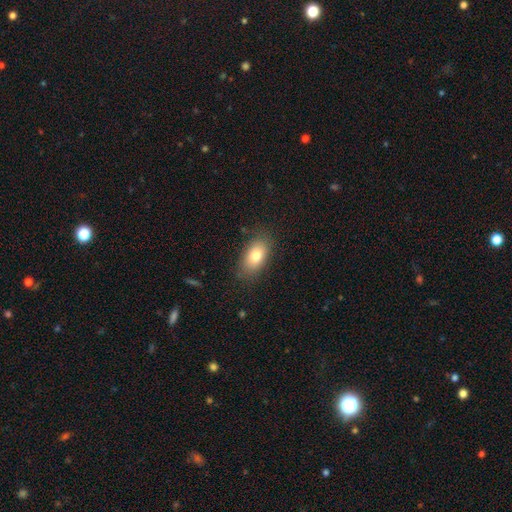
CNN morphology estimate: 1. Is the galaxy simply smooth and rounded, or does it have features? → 79% smooth, 13% featured or disk, 8% star or artifact.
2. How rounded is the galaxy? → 90% in between, 7% round, 3% cigar-shaped.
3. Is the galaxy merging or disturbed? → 81% none, 14% minor disturbance, 4% major disturbance, 1% merger.